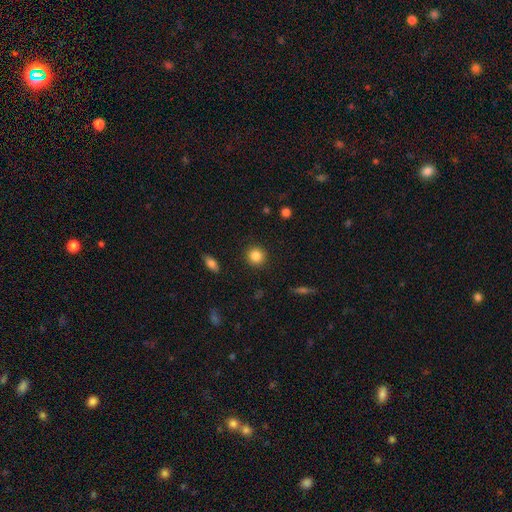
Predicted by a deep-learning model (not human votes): Smooth or featured?
  - smooth: 85% *
  - star or artifact: 10%
  - featured or disk: 5%
How rounded?
  - round: 92% *
  - in between: 7%
  - cigar-shaped: 1%
Merging?
  - none: 91% *
  - minor disturbance: 6%
  - major disturbance: 2%
  - merger: 1%